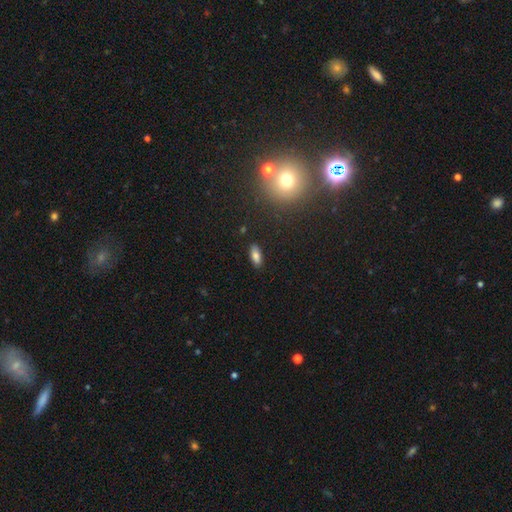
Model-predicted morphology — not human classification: smooth 81%, star or artifact 10%, featured or disk 9%. Down the decision tree: how rounded — in between (85%); merging — none (87%).